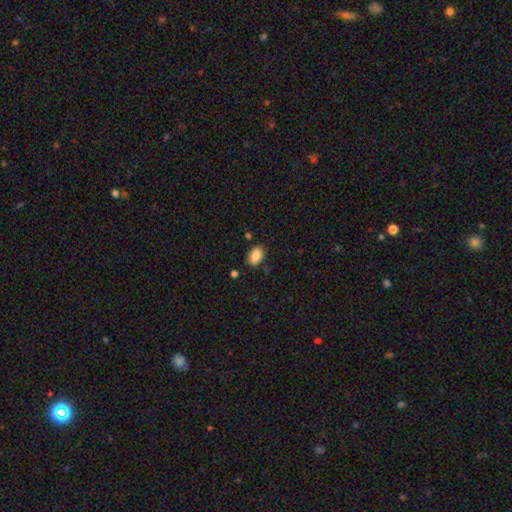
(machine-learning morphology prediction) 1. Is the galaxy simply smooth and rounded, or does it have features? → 88% smooth, 8% star or artifact, 5% featured or disk.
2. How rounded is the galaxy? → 88% in between, 10% round, 1% cigar-shaped.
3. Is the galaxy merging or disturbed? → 80% none, 14% minor disturbance, 3% major disturbance, 3% merger.